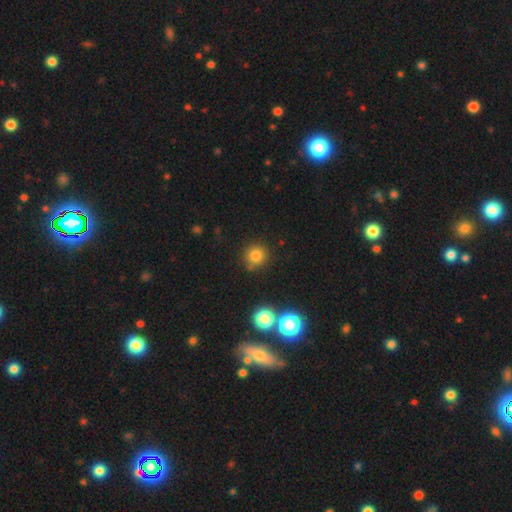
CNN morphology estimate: Q: Smooth or featured?
A: smooth (79%); runner-up: star or artifact (15%)
Q: How rounded?
A: round (93%); runner-up: in between (6%)
Q: Merging?
A: none (81%); runner-up: minor disturbance (10%)